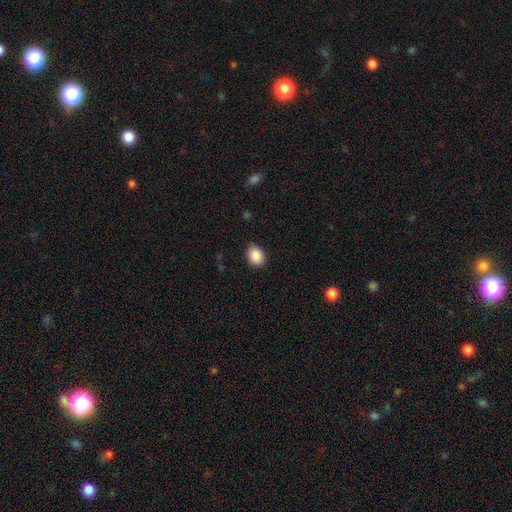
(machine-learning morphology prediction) Smooth or featured?
  - smooth: 89% *
  - star or artifact: 8%
  - featured or disk: 3%
How rounded?
  - in between: 59% *
  - round: 40%
  - cigar-shaped: 1%
Merging?
  - none: 84% *
  - minor disturbance: 13%
  - major disturbance: 2%
  - merger: 1%